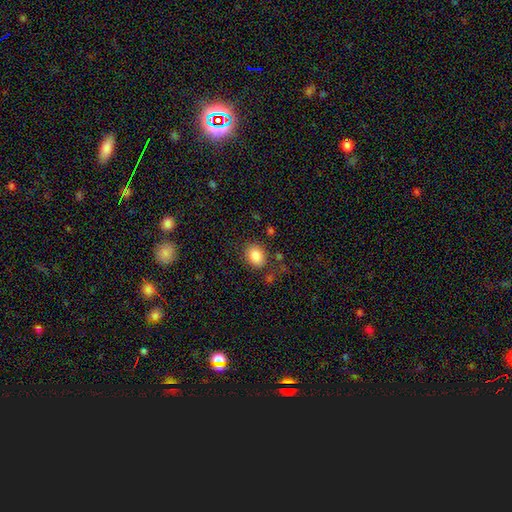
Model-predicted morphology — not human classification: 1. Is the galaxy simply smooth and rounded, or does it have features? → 85% smooth, 9% star or artifact, 6% featured or disk.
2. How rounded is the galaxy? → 50% round (tied), 50% in between (tied), 1% cigar-shaped.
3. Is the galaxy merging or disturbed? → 79% none, 12% minor disturbance, 5% major disturbance, 4% merger.